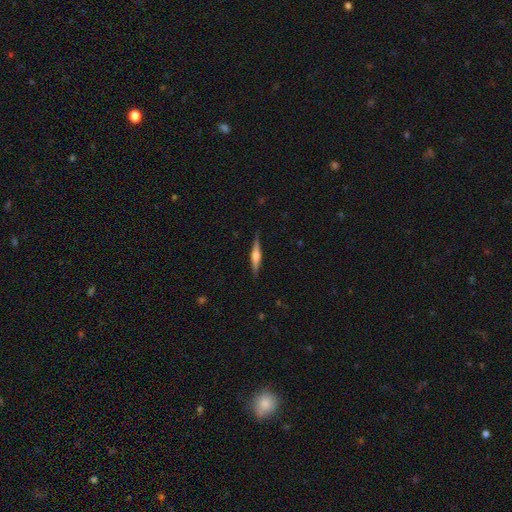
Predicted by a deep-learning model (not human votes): Smooth or featured: featured or disk — 70% (smooth — 24%)
Edge-on disk: yes — 98% (no — 2%)
Edge-on bulge: rounded — 79% (boxy — 16%)
Merging: none — 89% (minor disturbance — 8%)